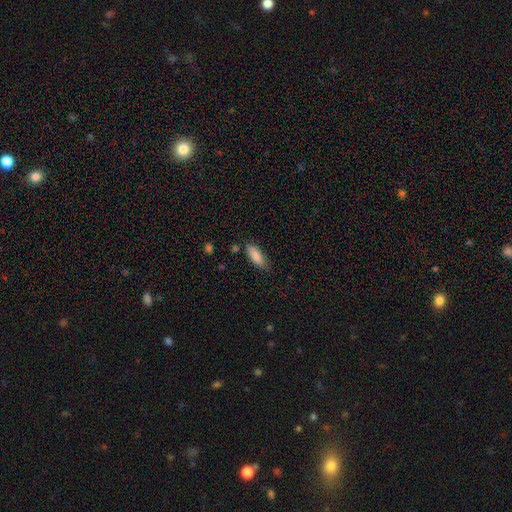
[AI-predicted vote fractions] Smooth or featured: smooth — 86% (featured or disk — 8%)
How rounded: in between — 73% (cigar-shaped — 25%)
Merging: none — 74% (minor disturbance — 20%)